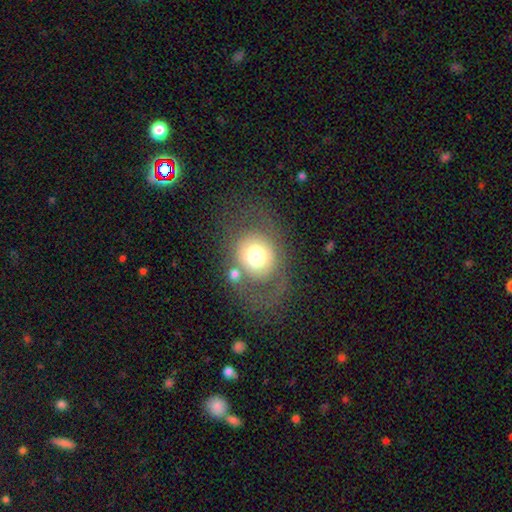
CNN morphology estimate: Smooth or featured? smooth (59%)
How rounded? round (68%)
Merging? none (58%)